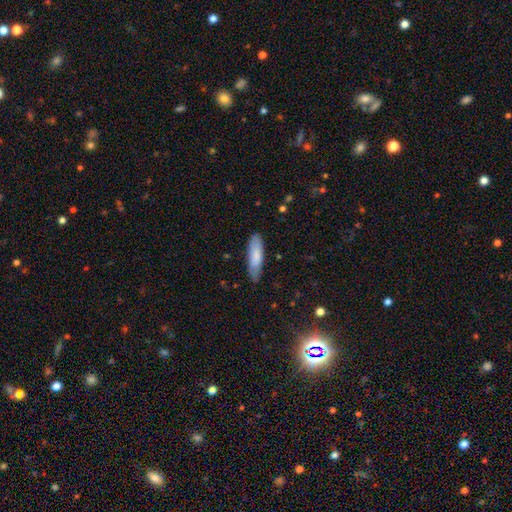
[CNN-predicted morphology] The model was most divided on "how rounded": cigar-shaped: 58%, in between: 41%, round: 1%. More confident: smooth or featured — smooth (81%); merging — none (77%).